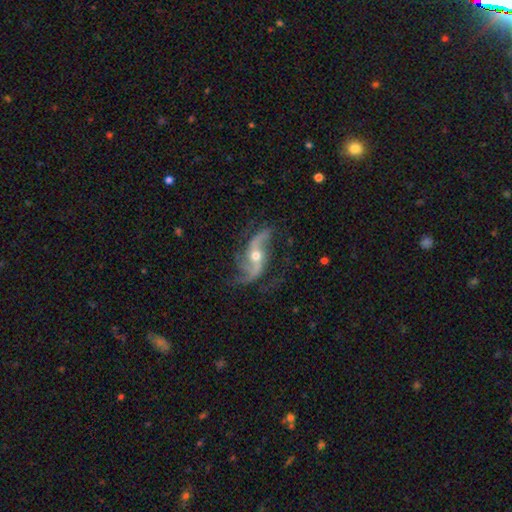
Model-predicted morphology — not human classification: Smooth or featured: featured or disk — 89% (star or artifact — 6%)
Edge-on disk: no — 95% (yes — 5%)
Bar: no — 52% (weak — 29%)
Spiral arms: yes — 96% (no — 4%)
Spiral winding: loose — 76% (medium — 19%)
Spiral arm count: 2 — 83% (3 — 7%)
Bulge size: moderate — 62% (small — 33%)
Merging: none — 68% (minor disturbance — 18%)